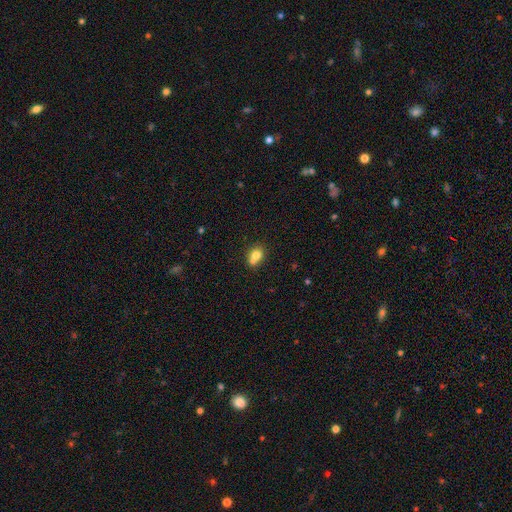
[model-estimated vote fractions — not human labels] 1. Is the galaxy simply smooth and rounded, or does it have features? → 74% smooth, 15% featured or disk, 11% star or artifact.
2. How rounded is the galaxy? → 56% round, 43% in between, 1% cigar-shaped.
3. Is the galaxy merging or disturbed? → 44% merger, 40% none, 12% minor disturbance, 4% major disturbance.